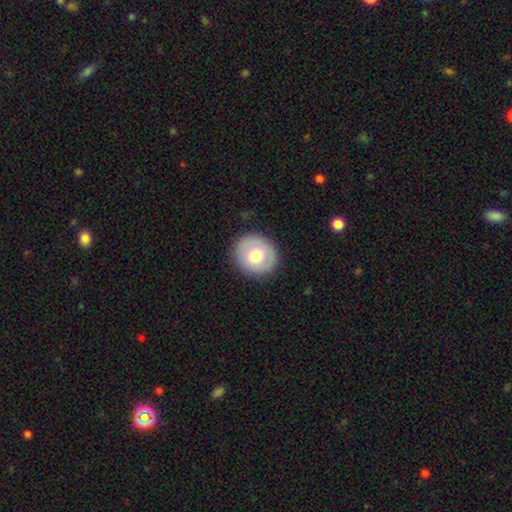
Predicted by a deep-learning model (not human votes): This appears to be a smooth galaxy with no disk features (68%) that is round (88%). Merging: none (88%).